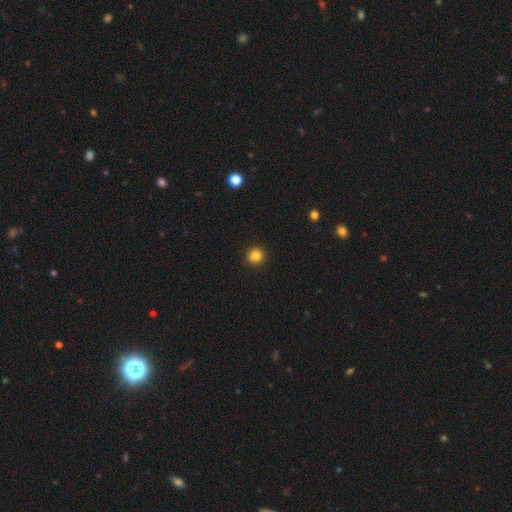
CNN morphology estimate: Smooth or featured: smooth — 84% (star or artifact — 12%)
How rounded: round — 95% (in between — 4%)
Merging: none — 93% (minor disturbance — 4%)